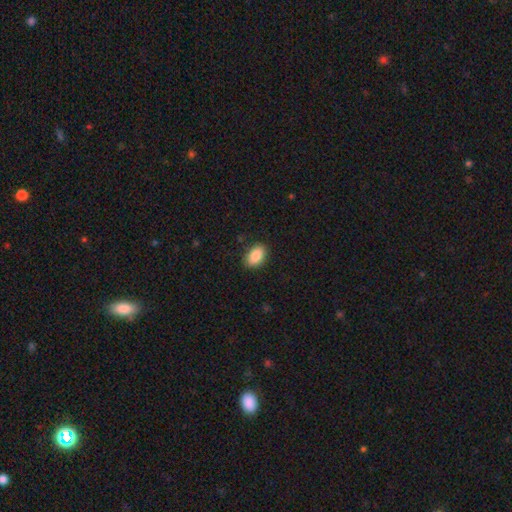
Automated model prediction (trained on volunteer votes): Smooth or featured? smooth (88%)
How rounded? in between (89%)
Merging? none (87%)